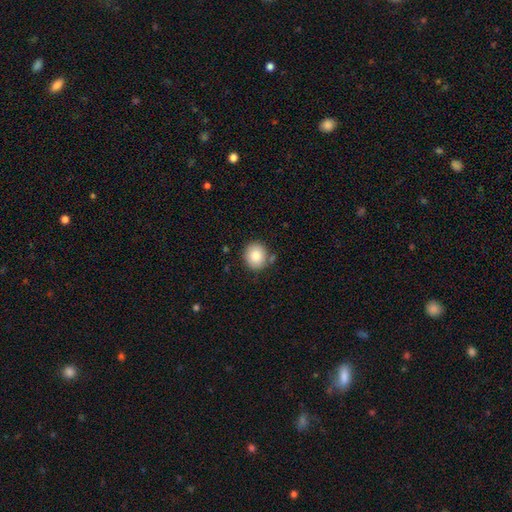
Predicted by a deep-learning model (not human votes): smooth_or_featured: smooth (p=0.83) [alt: star or artifact p=0.08]
how_rounded: round (p=0.82) [alt: in between p=0.17]
merging: none (p=0.80) [alt: minor disturbance p=0.11]